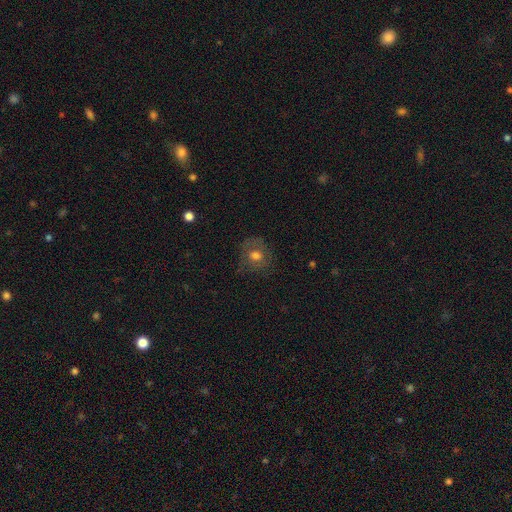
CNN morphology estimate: smooth-or-featured: smooth: 57% | featured or disk: 30% | star or artifact: 13%
  how-rounded: round: 76% | in between: 23% | cigar-shaped: 1%
  merging: none: 70% | minor disturbance: 18% | major disturbance: 10% | merger: 2%